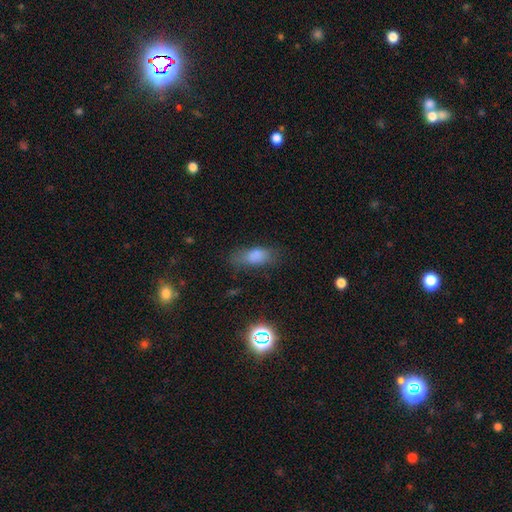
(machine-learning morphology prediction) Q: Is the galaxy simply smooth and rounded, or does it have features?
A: smooth — 79%.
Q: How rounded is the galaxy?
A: in between — 82%.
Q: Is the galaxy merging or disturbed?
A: none — 59%.